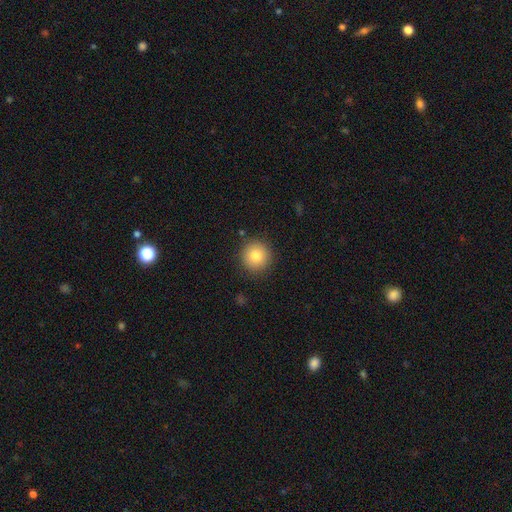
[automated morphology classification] Q: Smooth or featured?
A: smooth (83%); runner-up: star or artifact (9%)
Q: How rounded?
A: round (94%); runner-up: in between (5%)
Q: Merging?
A: none (89%); runner-up: minor disturbance (7%)